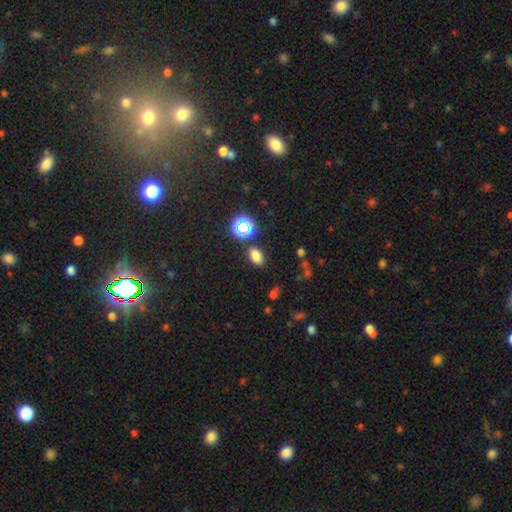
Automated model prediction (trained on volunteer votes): smooth-or-featured: smooth: 74% | star or artifact: 20% | featured or disk: 6%
  how-rounded: in between: 84% | round: 14% | cigar-shaped: 2%
  merging: none: 83% | minor disturbance: 10% | merger: 4% | major disturbance: 3%